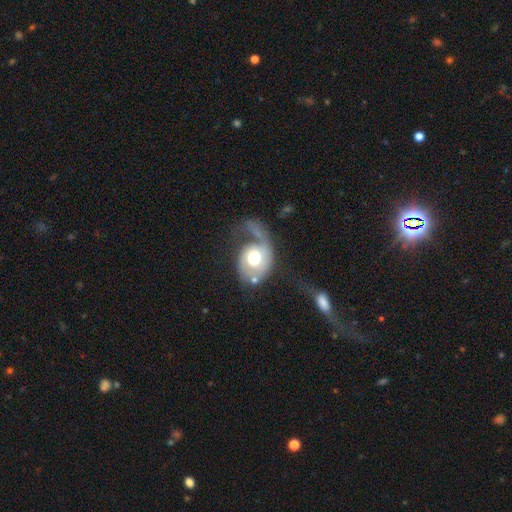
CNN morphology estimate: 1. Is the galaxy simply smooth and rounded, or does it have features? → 62% featured or disk, 31% smooth, 6% star or artifact.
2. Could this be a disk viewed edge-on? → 97% no, 3% yes.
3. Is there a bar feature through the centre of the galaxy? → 80% no, 16% weak, 4% strong.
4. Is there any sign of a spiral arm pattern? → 72% yes, 28% no.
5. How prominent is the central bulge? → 58% moderate, 33% large, 4% small, 4% dominant, 1% none.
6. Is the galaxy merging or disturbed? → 47% major disturbance, 26% none, 18% minor disturbance, 9% merger.